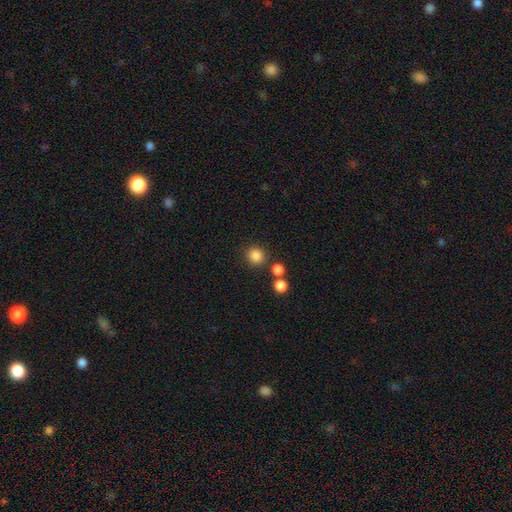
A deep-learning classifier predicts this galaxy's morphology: This appears to be a smooth galaxy with no disk features (84%) that is round (92%). Merging: none (83%).